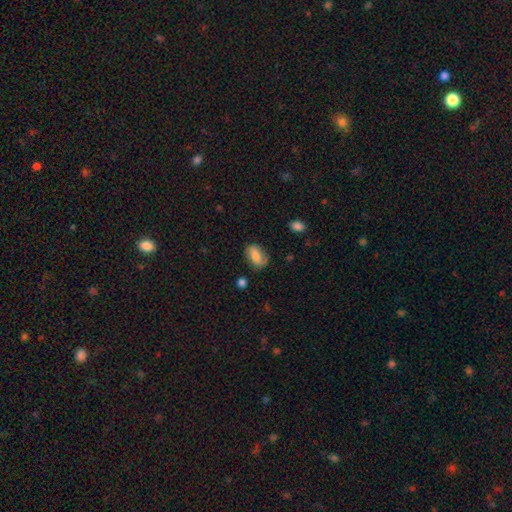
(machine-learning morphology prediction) Q: Smooth or featured?
A: smooth (71%); runner-up: featured or disk (21%)
Q: How rounded?
A: in between (86%); runner-up: round (10%)
Q: Merging?
A: none (67%); runner-up: minor disturbance (24%)